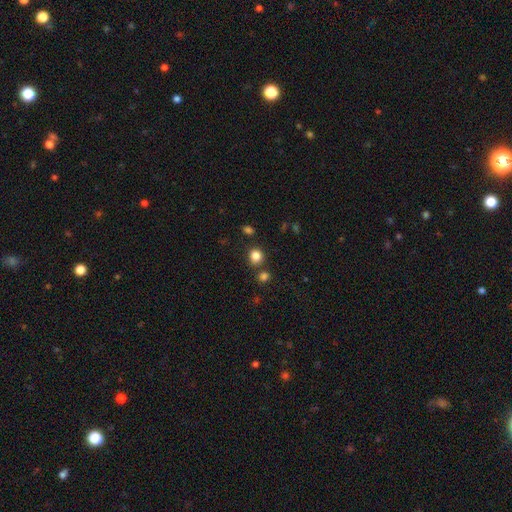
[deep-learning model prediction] A smooth galaxy with no disk features (83%) that is round (83%). Merging: none (80%).